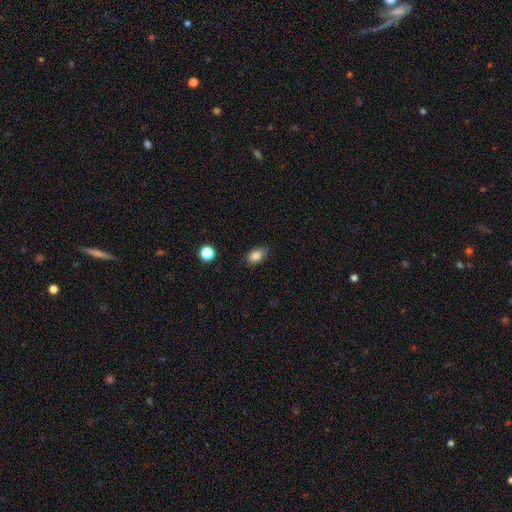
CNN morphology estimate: Smooth or featured?
  - smooth: 84% *
  - star or artifact: 9%
  - featured or disk: 6%
How rounded?
  - in between: 86% *
  - round: 13%
  - cigar-shaped: 2%
Merging?
  - none: 82% *
  - minor disturbance: 14%
  - major disturbance: 3%
  - merger: 1%